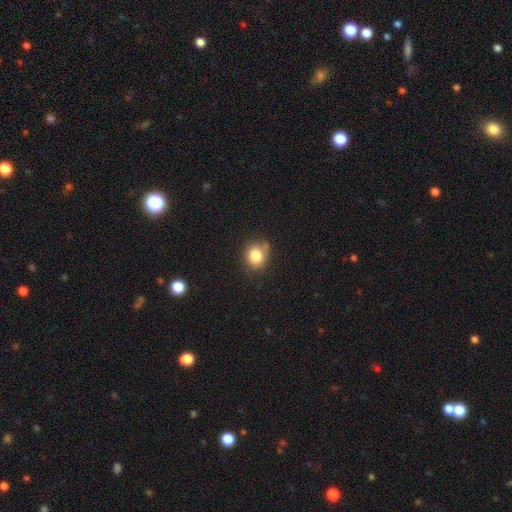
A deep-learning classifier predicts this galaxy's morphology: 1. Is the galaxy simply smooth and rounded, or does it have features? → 81% smooth, 11% star or artifact, 8% featured or disk.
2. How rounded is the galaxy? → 74% round, 25% in between, 1% cigar-shaped.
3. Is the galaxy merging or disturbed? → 70% none, 21% minor disturbance, 5% major disturbance, 5% merger.